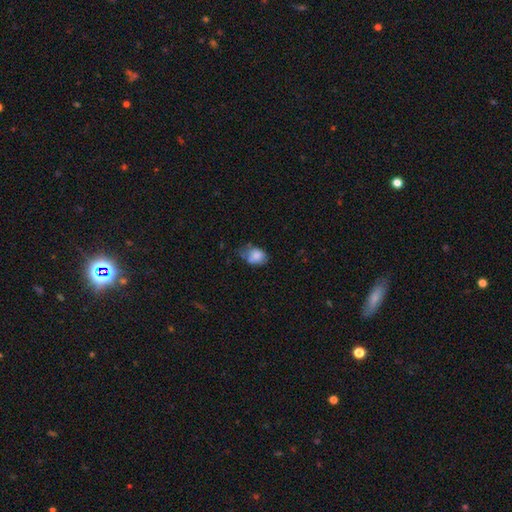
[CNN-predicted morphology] The model was most divided on "merging": none: 41%, minor disturbance: 36%, major disturbance: 14%, merger: 9%. More confident: smooth or featured — smooth (78%); how rounded — in between (65%).